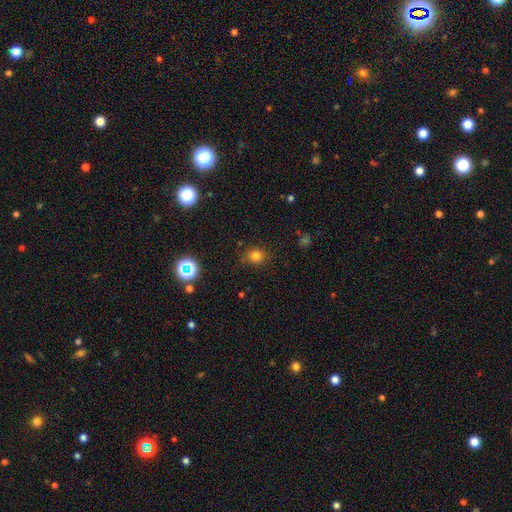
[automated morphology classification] smooth 78%, star or artifact 17%, featured or disk 6%. Down the decision tree: how rounded — round (83%); merging — none (84%).